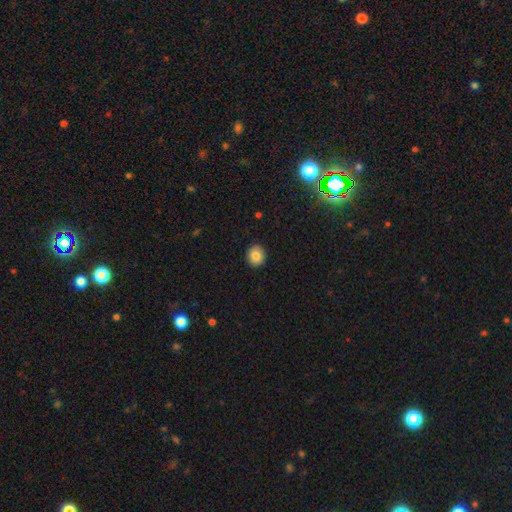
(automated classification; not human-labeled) Q: Smooth or featured?
A: smooth (83%); runner-up: star or artifact (9%)
Q: How rounded?
A: round (80%); runner-up: in between (20%)
Q: Merging?
A: none (91%); runner-up: minor disturbance (6%)